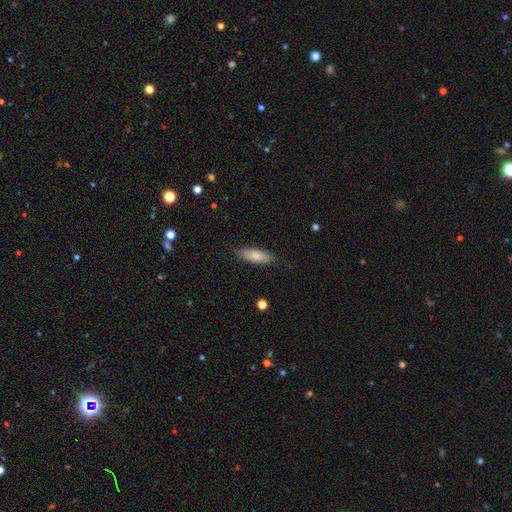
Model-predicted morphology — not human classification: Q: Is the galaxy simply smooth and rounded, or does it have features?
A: smooth — 83%.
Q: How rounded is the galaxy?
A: in between — 57%.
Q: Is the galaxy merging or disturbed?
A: none — 84%.